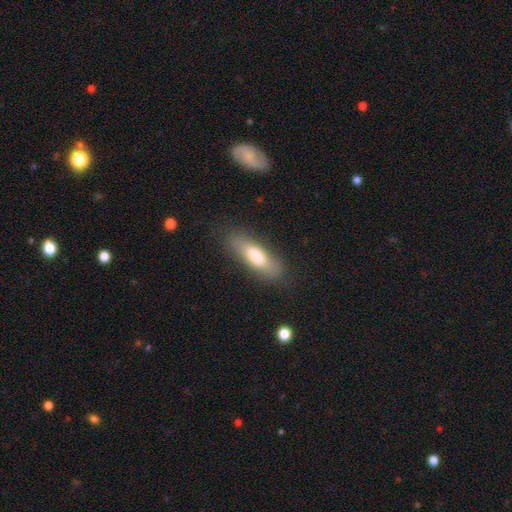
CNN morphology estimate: smooth-or-featured: smooth: 73% | featured or disk: 21% | star or artifact: 7%
  how-rounded: in between: 53% | cigar-shaped: 45% | round: 2%
  merging: none: 78% | minor disturbance: 15% | major disturbance: 5% | merger: 2%